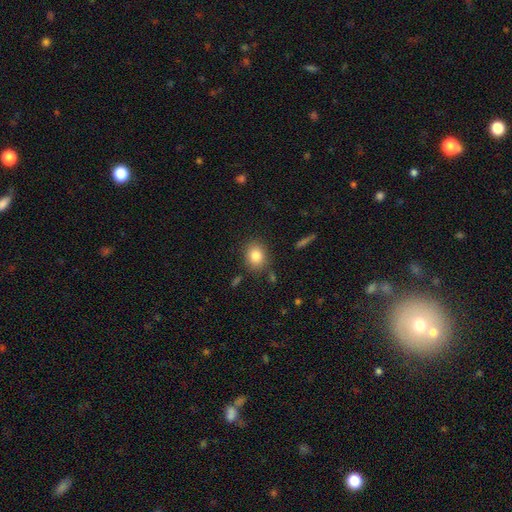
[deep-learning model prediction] Overall: smooth (83%). How rounded: round (60%; in between 39%). Merging: none (83%).